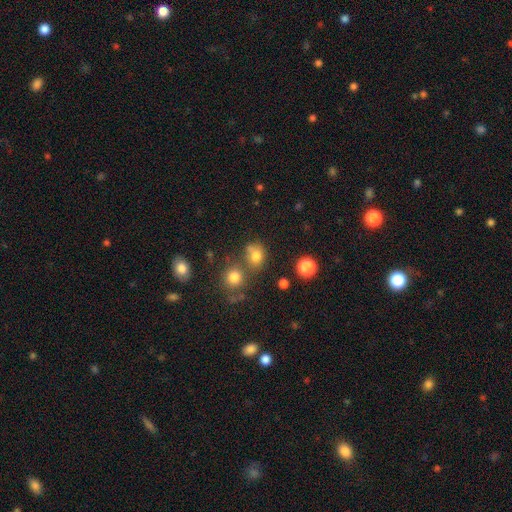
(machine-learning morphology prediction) type=smooth (75%); roundness=round (64%); merging=none (52%).